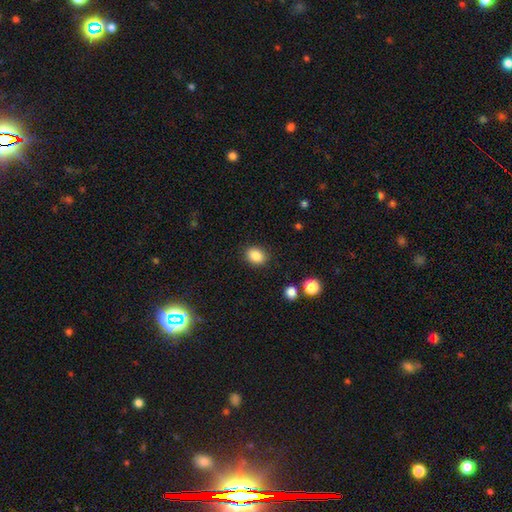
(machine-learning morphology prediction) Smooth or featured?
  - smooth: 86% *
  - star or artifact: 9%
  - featured or disk: 4%
How rounded?
  - in between: 57% *
  - round: 42%
  - cigar-shaped: 1%
Merging?
  - none: 87% *
  - minor disturbance: 8%
  - major disturbance: 3%
  - merger: 2%